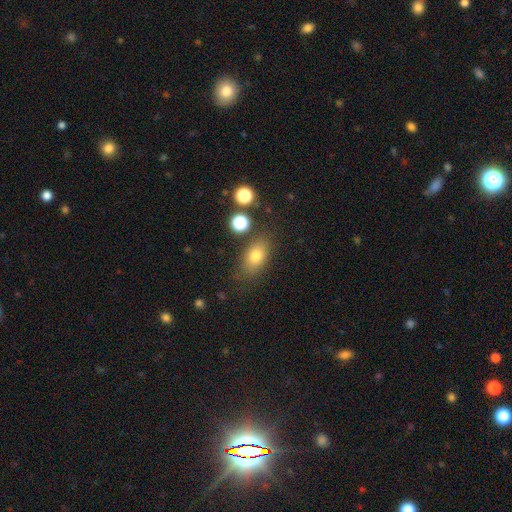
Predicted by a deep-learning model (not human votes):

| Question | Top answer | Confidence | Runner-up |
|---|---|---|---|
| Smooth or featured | smooth | 76% | featured or disk (12%) |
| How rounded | in between | 80% | round (15%) |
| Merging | none | 78% | minor disturbance (13%) |